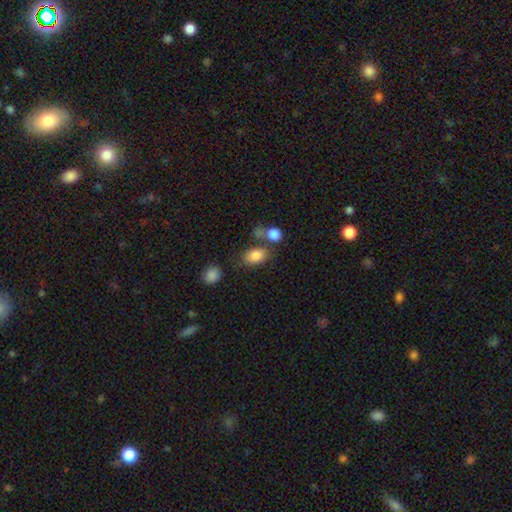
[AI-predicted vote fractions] Morphology: type=smooth (83%); roundness=in between (82%); merging=none (57%).